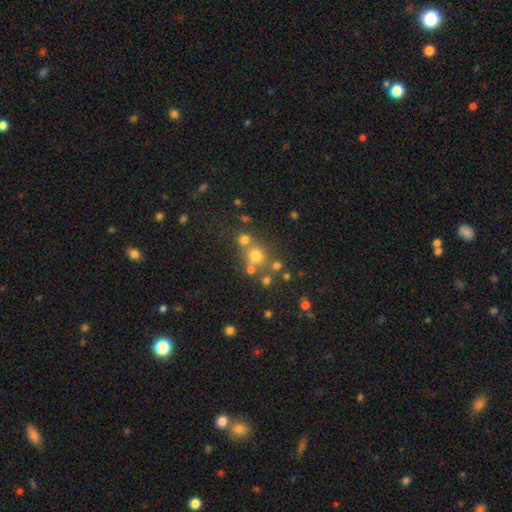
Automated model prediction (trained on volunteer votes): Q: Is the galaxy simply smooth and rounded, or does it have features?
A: smooth — 66%.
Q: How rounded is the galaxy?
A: round — 86%.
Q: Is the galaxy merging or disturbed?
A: none — 60%.